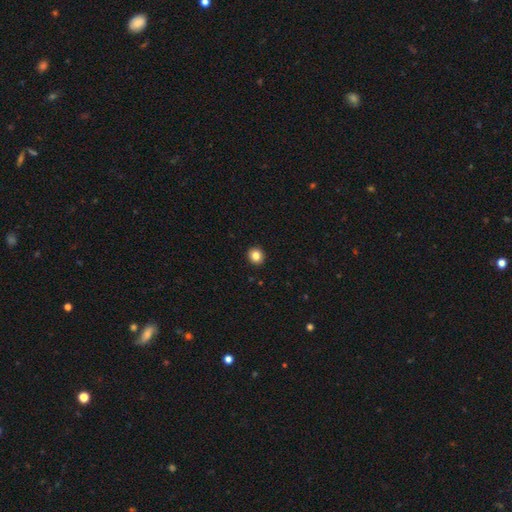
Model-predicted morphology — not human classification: This is clearly a smooth galaxy (84%). How rounded: clearly round (91%). Merging: clearly none (94%).